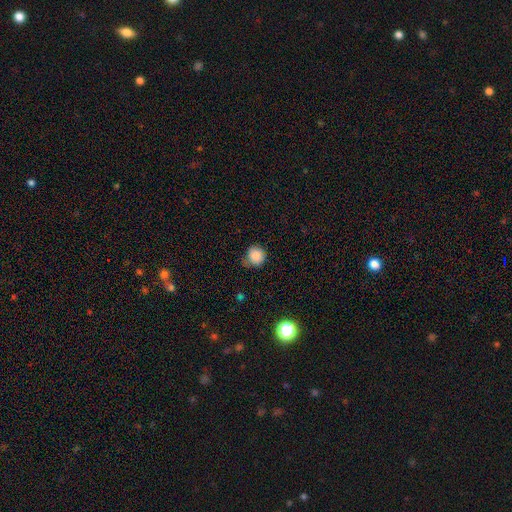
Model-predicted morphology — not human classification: A smooth galaxy with no disk features (85%) that is round (87%).

Vote fractions:
- Smooth or featured? smooth: 85% / star or artifact: 9% / featured or disk: 5%
- How rounded? round: 87% / in between: 12% / cigar-shaped: 1%
- Merging? none: 58% / minor disturbance: 31% / major disturbance: 8% / merger: 3%